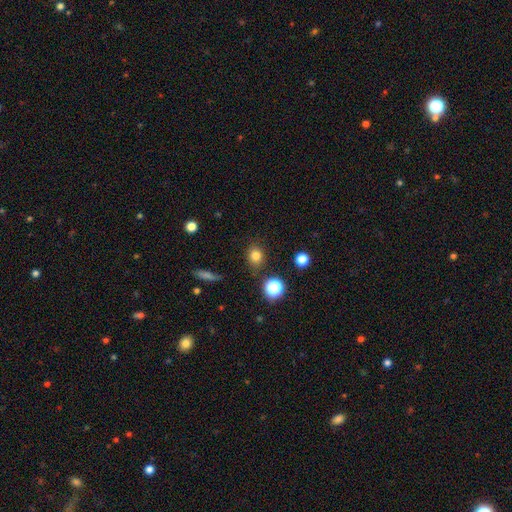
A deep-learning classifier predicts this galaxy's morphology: smooth 80%, star or artifact 14%, featured or disk 6%. Down the decision tree: how rounded — round (68%); merging — none (84%).